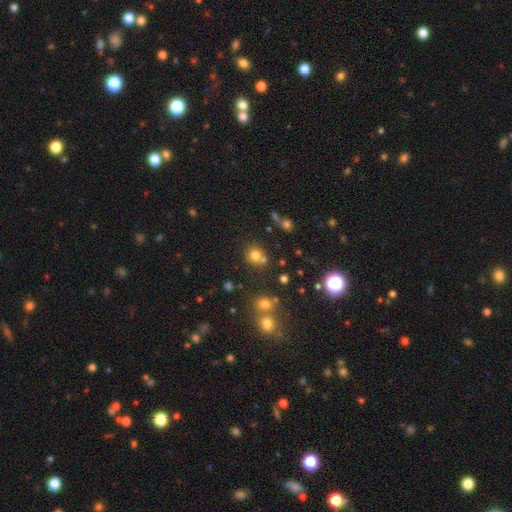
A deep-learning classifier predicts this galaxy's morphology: Smooth or featured: smooth — 74% (star or artifact — 18%)
How rounded: round — 85% (in between — 14%)
Merging: none — 63% (merger — 23%)